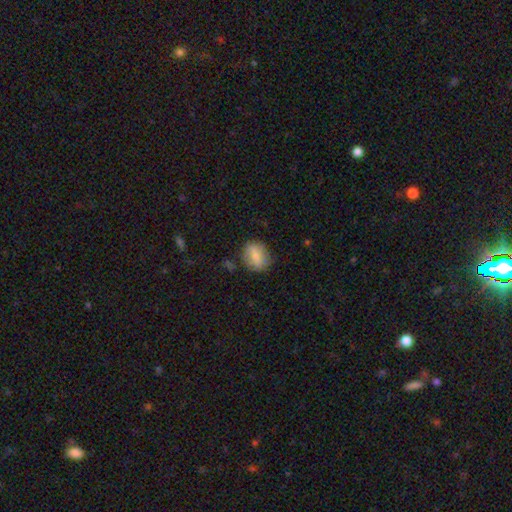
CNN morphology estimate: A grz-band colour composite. It shows a smooth galaxy with no disk features (74%) that is round (49%, tied with in between). Merging: none (72%).